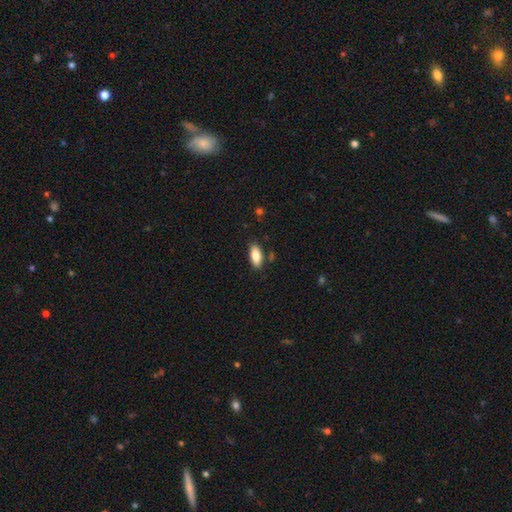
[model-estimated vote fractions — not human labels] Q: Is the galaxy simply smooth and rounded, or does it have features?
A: smooth — 82%.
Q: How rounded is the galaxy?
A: in between — 84%.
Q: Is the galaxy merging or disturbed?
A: none — 84%.